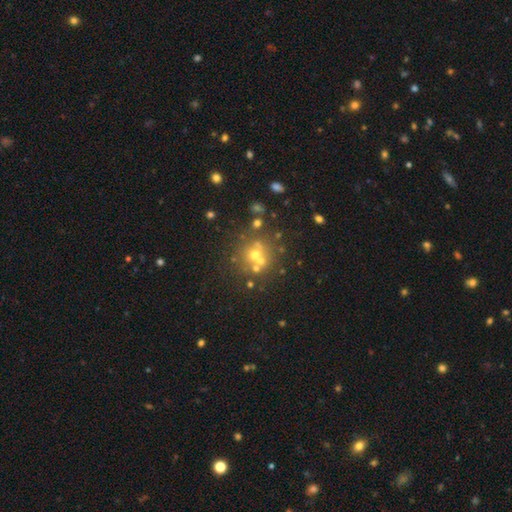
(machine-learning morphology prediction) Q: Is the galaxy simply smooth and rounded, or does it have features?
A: smooth — 48%.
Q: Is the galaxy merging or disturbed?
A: none — 55%.